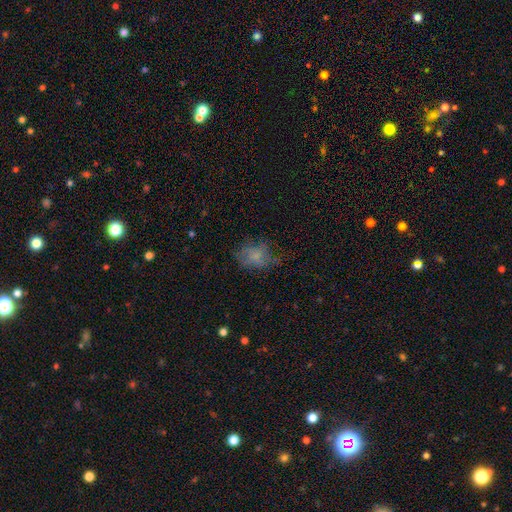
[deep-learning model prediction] This is likely a smooth galaxy (65%). How rounded: likely in between (63%). Merging: possibly none (53%).